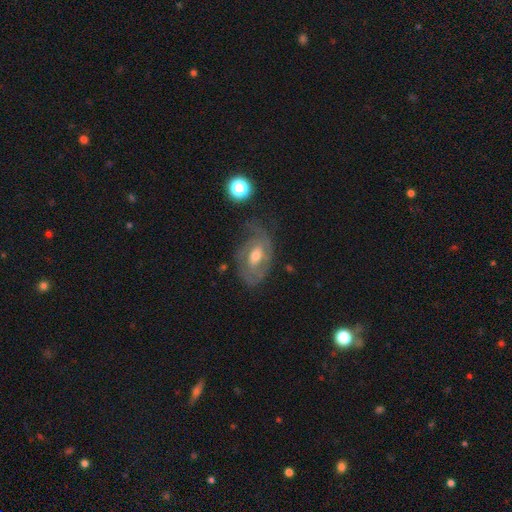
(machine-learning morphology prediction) This is likely a featured or disk galaxy (73%). It is clearly not viewed edge-on (95%). Bar: possibly no (46%). Spiral arm pattern: likely yes (79%). Spiral arm count: marginally can't tell (38%). Spiral winding: possibly tight (50%). Central bulge: likely moderate (65%). Merging: possibly none (54%).